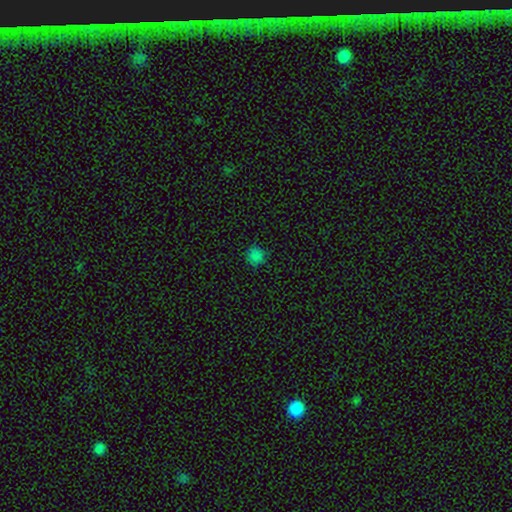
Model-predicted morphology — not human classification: The model was most divided on "smooth or featured": smooth: 79%, star or artifact: 18%, featured or disk: 4%. More confident: how rounded — round (92%); merging — none (85%).